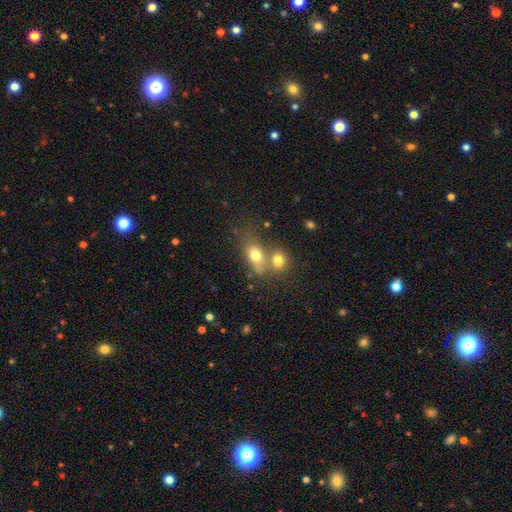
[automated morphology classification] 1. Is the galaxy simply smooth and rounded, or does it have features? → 74% smooth, 15% featured or disk, 11% star or artifact.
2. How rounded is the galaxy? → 68% in between, 29% round, 3% cigar-shaped.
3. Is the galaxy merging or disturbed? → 52% merger, 34% none, 10% minor disturbance, 5% major disturbance.